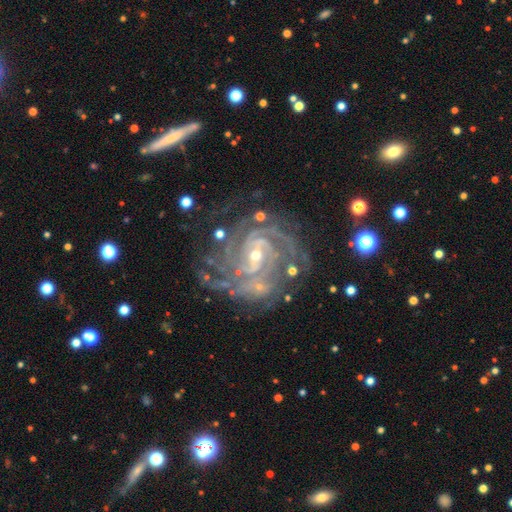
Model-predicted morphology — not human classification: A featured or disk galaxy (92%) with a weak bar (40%), 4 (27%) tight (72%) spiral arms (98%) and a small central bulge (67%).

Vote fractions:
- Smooth or featured? featured or disk: 92% / star or artifact: 6% / smooth: 3%
- Edge-on disk? no: 98% / yes: 2%
- Bar? weak: 40% / no: 39% / strong: 21%
- Spiral arms? yes: 98% / no: 2%
- Spiral winding? tight: 72% / medium: 25% / loose: 3%
- Spiral arm count? 4: 27% / 3: 21% / can't tell: 16% / more than 4: 15% / 2: 14% / 1: 7%
- Bulge size? small: 67% / moderate: 30% / large: 1% / none: 1% / dominant: 1%
- Merging? none: 69% / minor disturbance: 18% / major disturbance: 10% / merger: 4%